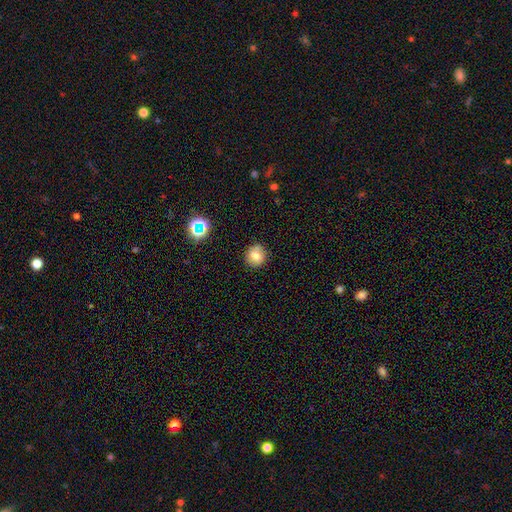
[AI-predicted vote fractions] smooth 74%, featured or disk 13%, star or artifact 13%. Down the decision tree: how rounded — round (88%); merging — none (84%).